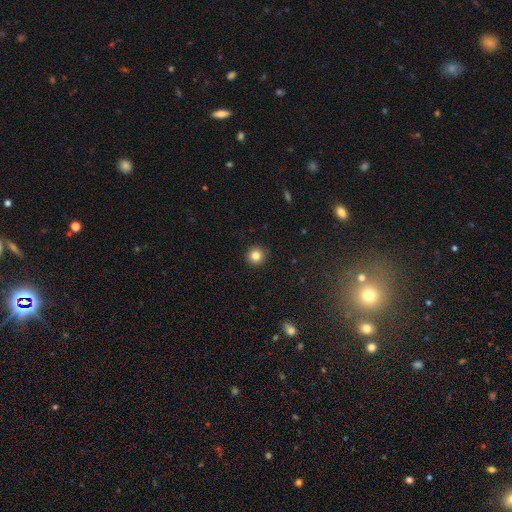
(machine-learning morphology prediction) type=smooth (83%); roundness=round (94%); merging=none (91%).